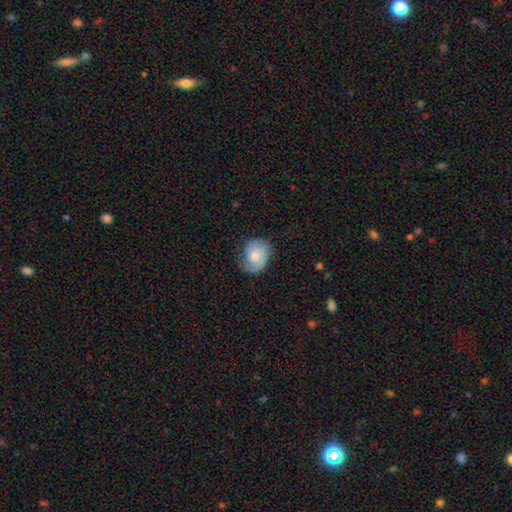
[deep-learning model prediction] A featured or disk galaxy (64%) with no bar (72%), 2 (57%) tight (46%) spiral arms (91%) and a moderate central bulge (64%).

Vote fractions:
- Smooth or featured? featured or disk: 64% / smooth: 29% / star or artifact: 6%
- Edge-on disk? no: 97% / yes: 3%
- Bar? no: 72% / weak: 25% / strong: 3%
- Spiral arms? yes: 91% / no: 9%
- Spiral winding? tight: 46% / medium: 38% / loose: 16%
- Spiral arm count? 2: 57% / 1: 21% / can't tell: 14% / 3: 5% / 4: 2% / more than 4: 2%
- Bulge size? moderate: 64% / small: 28% / large: 5% / none: 2% / dominant: 1%
- Merging? none: 69% / minor disturbance: 22% / major disturbance: 8% / merger: 1%